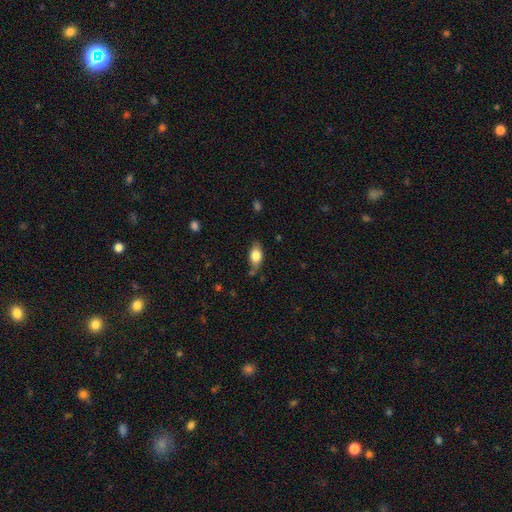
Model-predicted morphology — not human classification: This is likely a smooth galaxy (79%). How rounded: clearly in between (87%). Merging: likely none (71%).